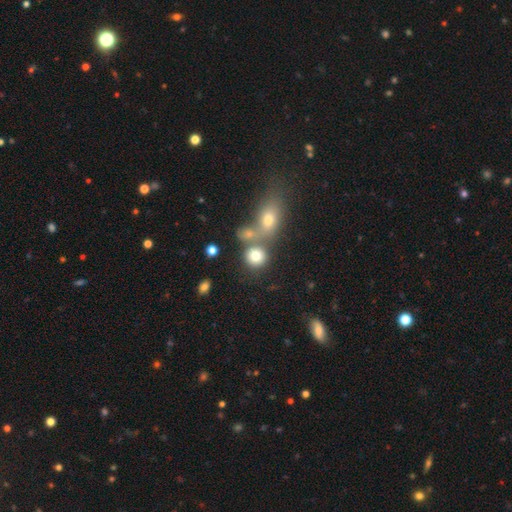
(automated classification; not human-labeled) Smooth or featured?
  - smooth: 77% *
  - featured or disk: 12%
  - star or artifact: 11%
How rounded?
  - round: 78% *
  - in between: 21%
  - cigar-shaped: 1%
Merging?
  - none: 48% *
  - merger: 37%
  - minor disturbance: 10%
  - major disturbance: 6%